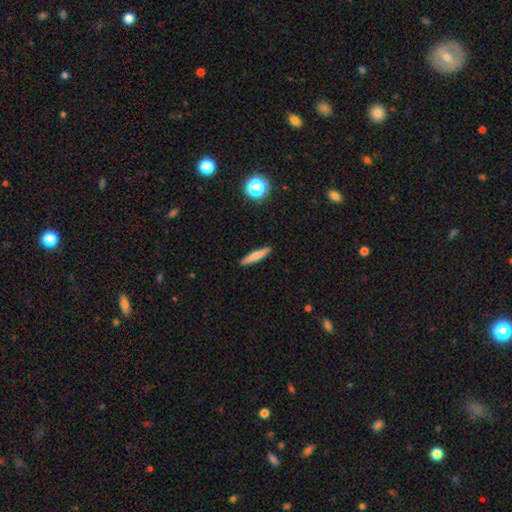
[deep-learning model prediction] A smooth galaxy with no disk features (68%) that is cigar-shaped (89%).

Vote fractions:
- Smooth or featured? smooth: 68% / featured or disk: 24% / star or artifact: 8%
- How rounded? cigar-shaped: 89% / in between: 9% / round: 2%
- Merging? none: 90% / minor disturbance: 7% / major disturbance: 2% / merger: 1%